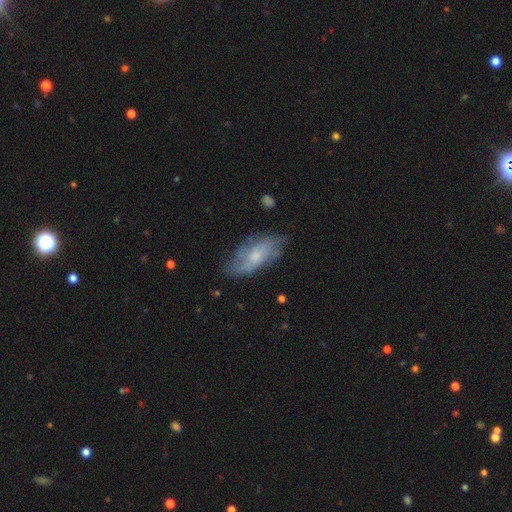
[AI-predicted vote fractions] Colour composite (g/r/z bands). It shows a featured or disk galaxy (61%) with no bar (68%), spiral arms (78%) and a small central bulge (46%). Merging: none (65%).